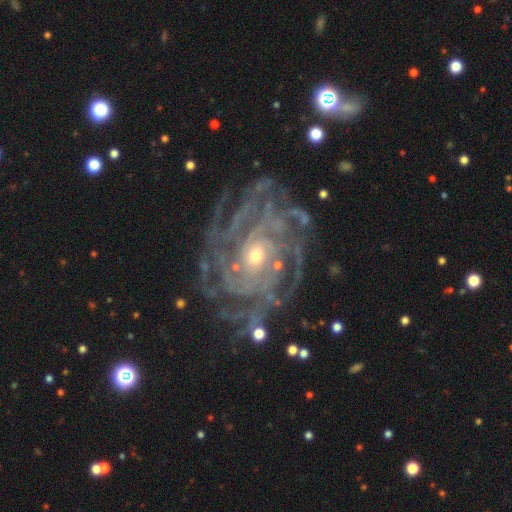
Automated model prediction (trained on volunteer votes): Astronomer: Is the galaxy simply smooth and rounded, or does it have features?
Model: featured or disk — 91%.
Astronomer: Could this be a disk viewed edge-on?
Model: no — 97%.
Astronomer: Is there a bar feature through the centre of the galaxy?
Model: no — 73%.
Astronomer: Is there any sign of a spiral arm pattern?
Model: yes — 98%.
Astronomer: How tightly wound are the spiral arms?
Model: tight — 72%.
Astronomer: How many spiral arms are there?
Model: more than 4 — 30% (runner-up: 4, 21%).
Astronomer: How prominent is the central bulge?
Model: small — 58% (runner-up: moderate, 38%).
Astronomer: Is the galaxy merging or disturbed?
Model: none — 69%.